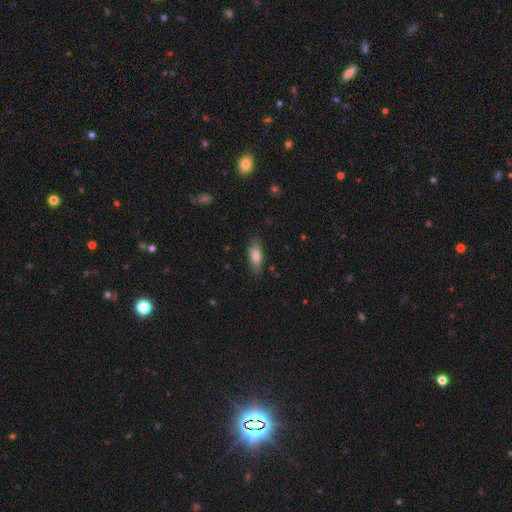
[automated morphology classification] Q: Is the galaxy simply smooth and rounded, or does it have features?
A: smooth — 74%.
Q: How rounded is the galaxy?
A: in between — 60%.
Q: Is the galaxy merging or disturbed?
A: none — 82%.